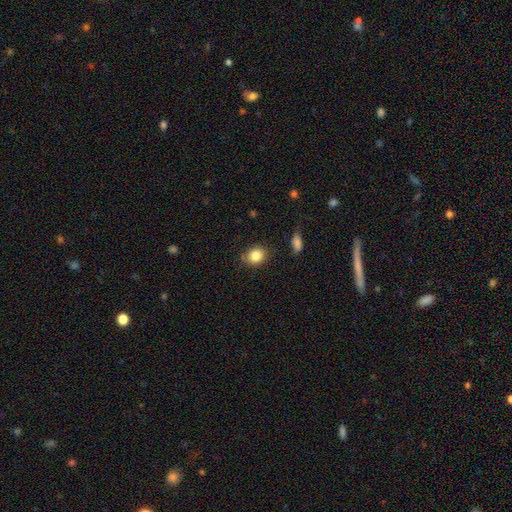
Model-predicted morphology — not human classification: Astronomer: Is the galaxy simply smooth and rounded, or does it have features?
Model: smooth — 84%.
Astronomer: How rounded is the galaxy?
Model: round — 67%.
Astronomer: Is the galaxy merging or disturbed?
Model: none — 79%.